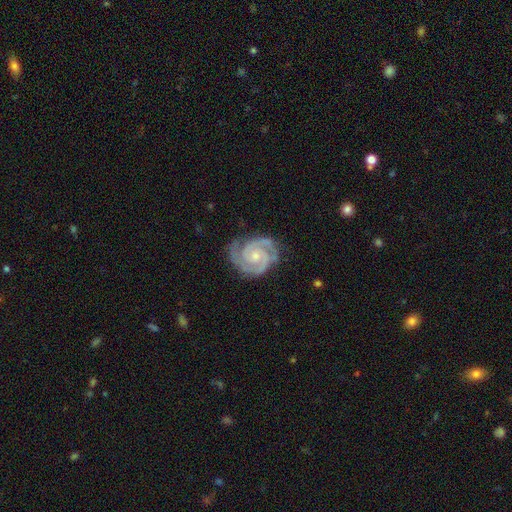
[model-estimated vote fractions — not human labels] Morphology: type=featured or disk (93%); edge-on=no (98%); bar=no (66%); spiral arms=yes (99%); winding=tight (73%); arm count=2 (74%); bulge=small (61%); merging=none (78%).